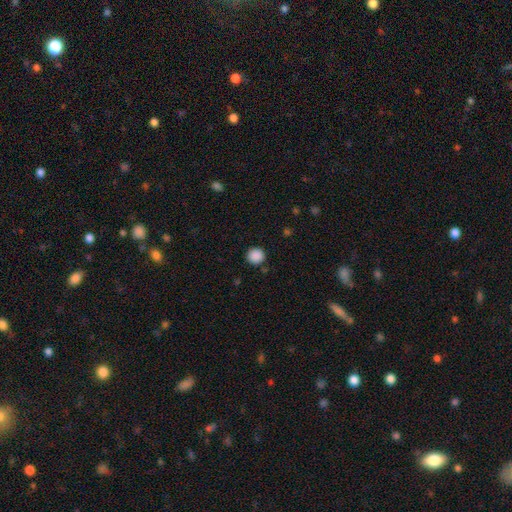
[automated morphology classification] The model was most divided on "smooth or featured": smooth: 88%, star or artifact: 10%, featured or disk: 2%. More confident: how rounded — round (93%); merging — none (89%).